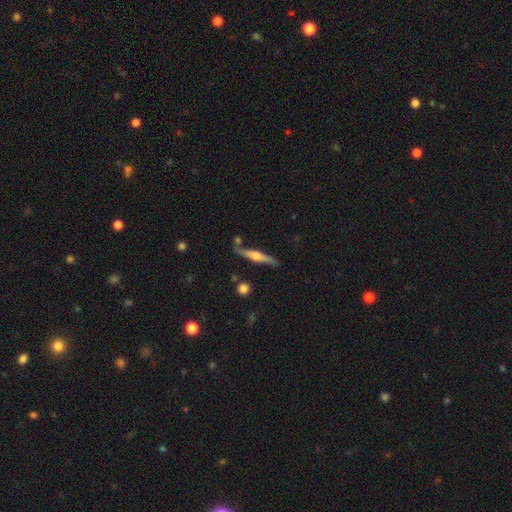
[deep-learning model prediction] A featured or disk galaxy (66%) viewed edge-on (96%) with a rounded central bulge (85%).

Vote fractions:
- Smooth or featured? featured or disk: 66% / smooth: 28% / star or artifact: 6%
- Edge-on disk? yes: 96% / no: 4%
- Edge-on bulge? rounded: 85% / boxy: 9% / none: 6%
- Merging? none: 78% / minor disturbance: 13% / merger: 6% / major disturbance: 3%